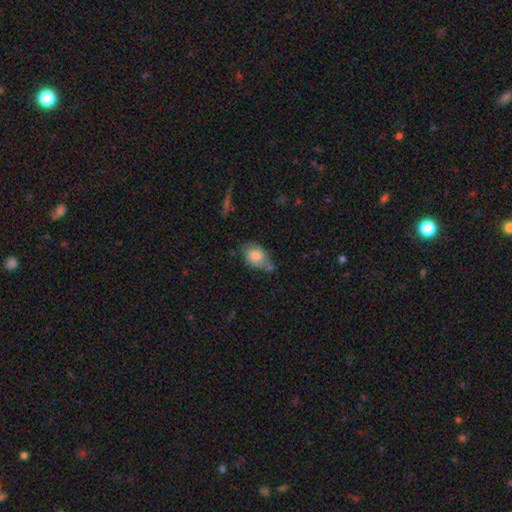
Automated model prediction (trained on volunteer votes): A smooth galaxy with no disk features (74%) that is in between round and cigar-shaped (77%). Merging: none (46%).